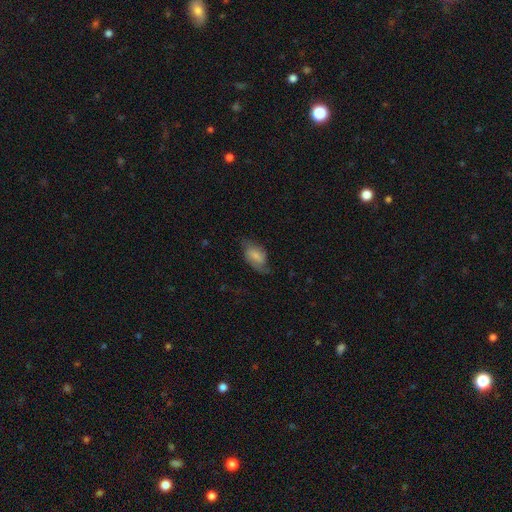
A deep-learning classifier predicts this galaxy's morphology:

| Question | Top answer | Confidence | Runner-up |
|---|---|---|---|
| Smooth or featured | smooth | 53% | featured or disk (40%) |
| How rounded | in between | 90% | round (7%) |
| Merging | none | 57% | minor disturbance (28%) |